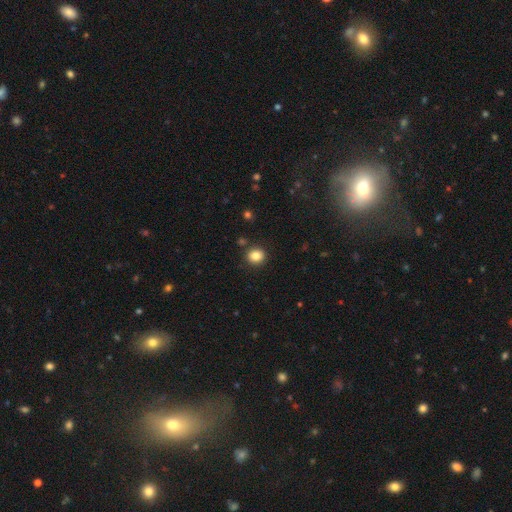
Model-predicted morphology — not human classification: This is clearly a smooth galaxy (84%). How rounded: clearly round (84%). Merging: clearly none (89%).